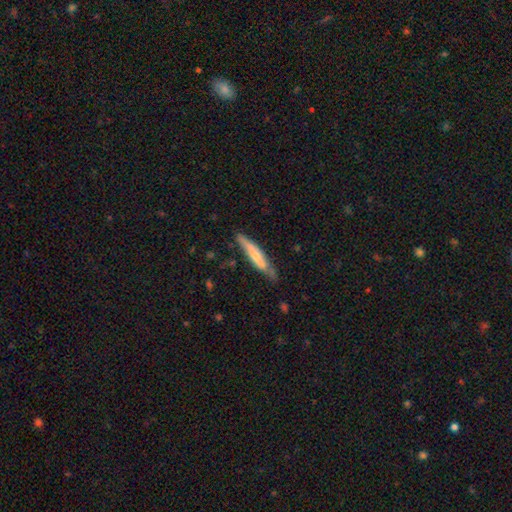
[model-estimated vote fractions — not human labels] Morphology: type=smooth (48%); merging=none (73%).